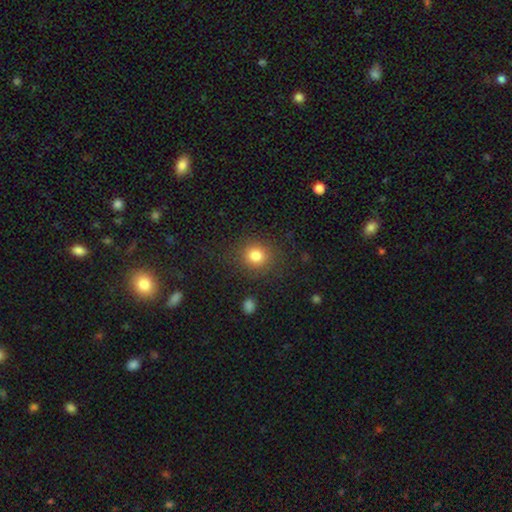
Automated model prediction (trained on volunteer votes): smooth-or-featured: smooth: 82% | star or artifact: 11% | featured or disk: 6%
  how-rounded: round: 86% | in between: 13% | cigar-shaped: 1%
  merging: none: 85% | minor disturbance: 9% | major disturbance: 4% | merger: 2%